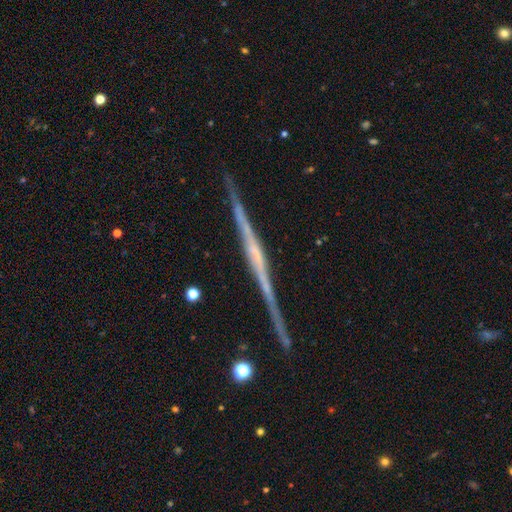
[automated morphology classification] This appears to be a featured or disk galaxy (84%) viewed edge-on (98%) with no central bulge (51%). Merging: none (89%).